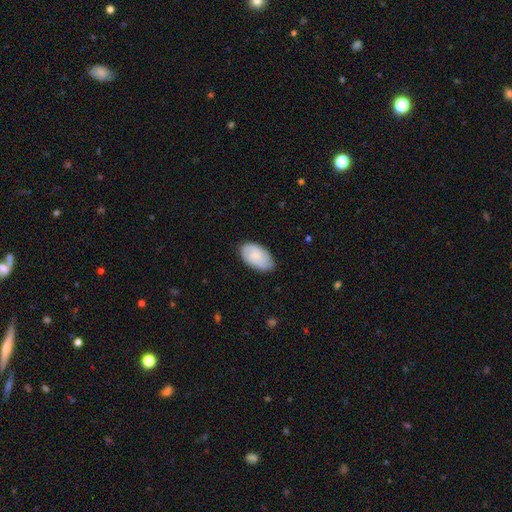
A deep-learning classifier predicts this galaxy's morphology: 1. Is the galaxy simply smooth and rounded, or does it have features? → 69% smooth, 25% featured or disk, 6% star or artifact.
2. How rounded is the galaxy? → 94% in between, 4% round, 2% cigar-shaped.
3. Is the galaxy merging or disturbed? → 77% none, 19% minor disturbance, 3% major disturbance, 1% merger.